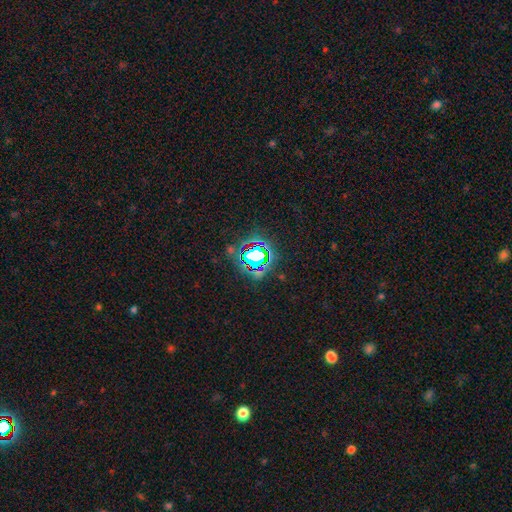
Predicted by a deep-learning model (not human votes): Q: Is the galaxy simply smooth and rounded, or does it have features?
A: star or artifact — 70%.